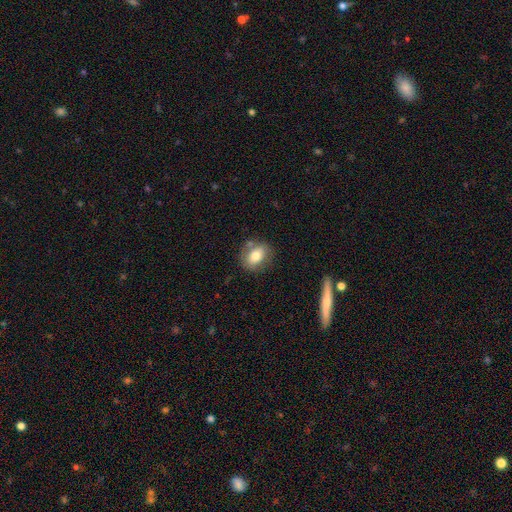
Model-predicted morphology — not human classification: Smooth or featured: smooth — 74% (featured or disk — 17%)
How rounded: in between — 62% (round — 37%)
Merging: none — 73% (minor disturbance — 15%)